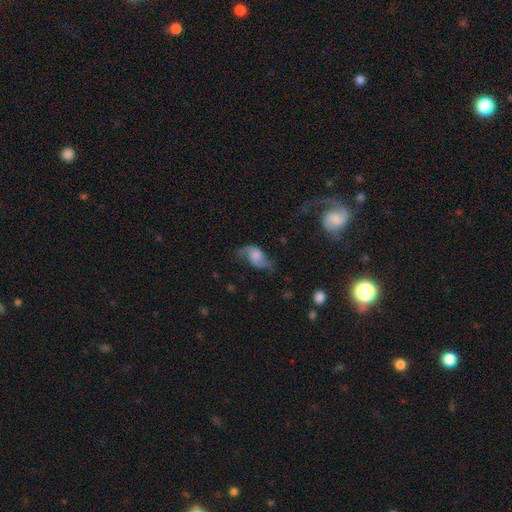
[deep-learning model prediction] This appears to be a featured or disk galaxy (60%) with no bar (63%), spiral arms (87%) and a moderate central bulge (33%). Merging: none (53%).